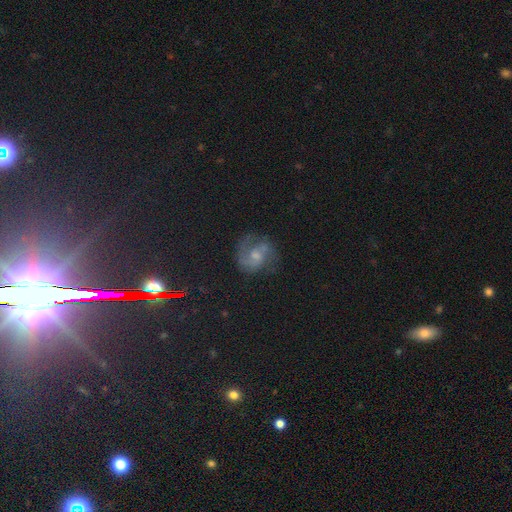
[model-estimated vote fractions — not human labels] A featured or disk galaxy (68%) with no bar (48%), 2 (79%) medium (53%) spiral arms (91%) and a moderate central bulge (43%). Merging: none (64%).